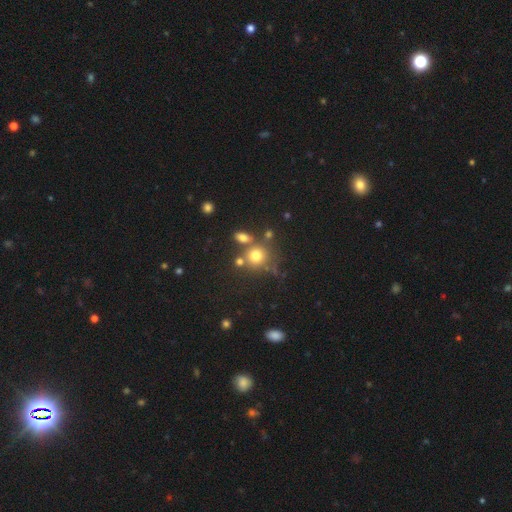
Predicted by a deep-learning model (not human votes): smooth_or_featured: smooth (p=0.73) [alt: star or artifact p=0.16]
how_rounded: round (p=0.86) [alt: in between p=0.13]
merging: none (p=0.62) [alt: merger p=0.21]